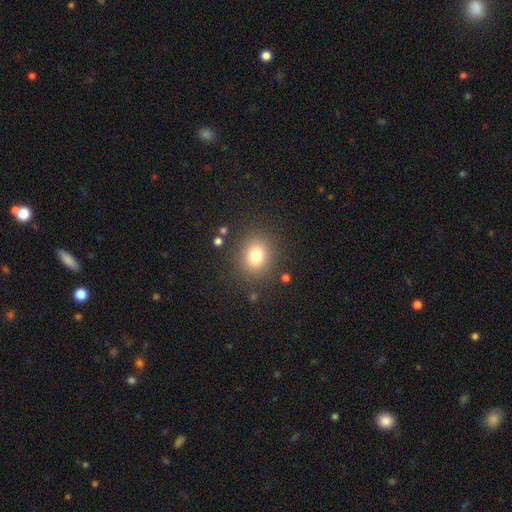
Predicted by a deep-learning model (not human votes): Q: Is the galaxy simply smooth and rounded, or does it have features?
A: smooth — 78%.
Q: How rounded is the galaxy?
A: round — 69%.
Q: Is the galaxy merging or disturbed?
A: none — 85%.